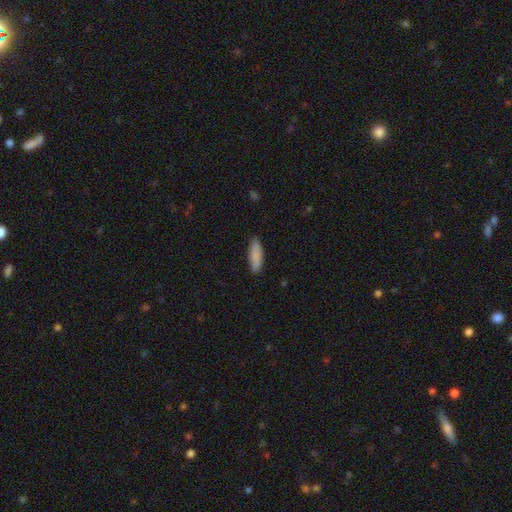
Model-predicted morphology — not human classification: This appears to be a smooth galaxy with no disk features (87%) that is in between round and cigar-shaped (53%). Merging: none (85%).